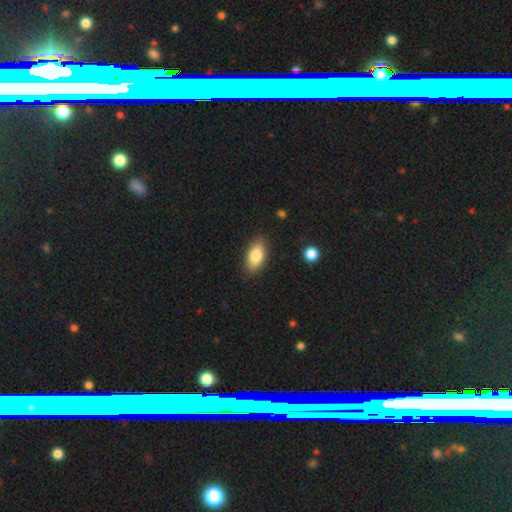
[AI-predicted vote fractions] This appears to be a smooth galaxy with no disk features (82%) that is in between round and cigar-shaped (89%). Merging: none (86%).